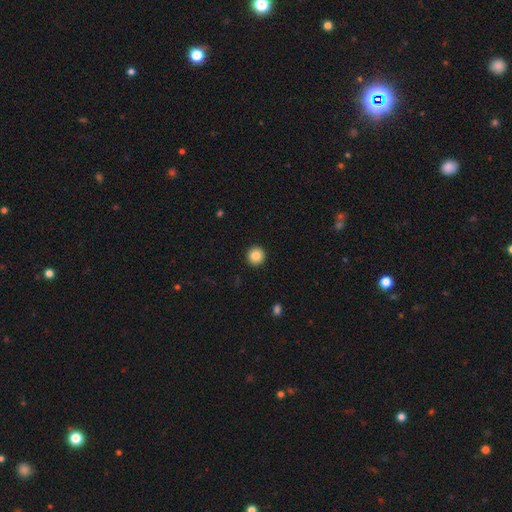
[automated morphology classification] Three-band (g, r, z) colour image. It shows a smooth galaxy with no disk features (85%) that is round (95%). Merging: none (93%).